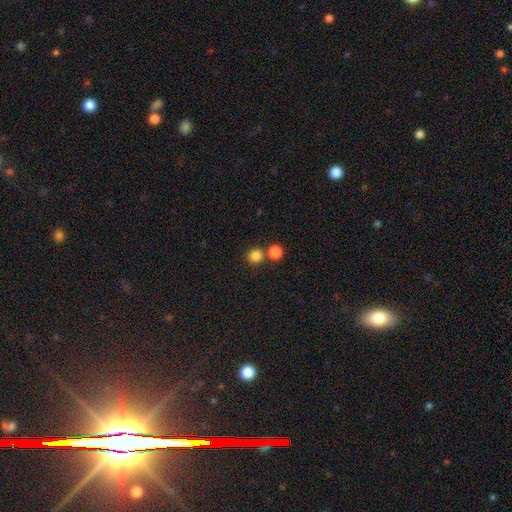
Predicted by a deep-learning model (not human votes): Overall: smooth (83%). How rounded: round (90%). Merging: none (69%).